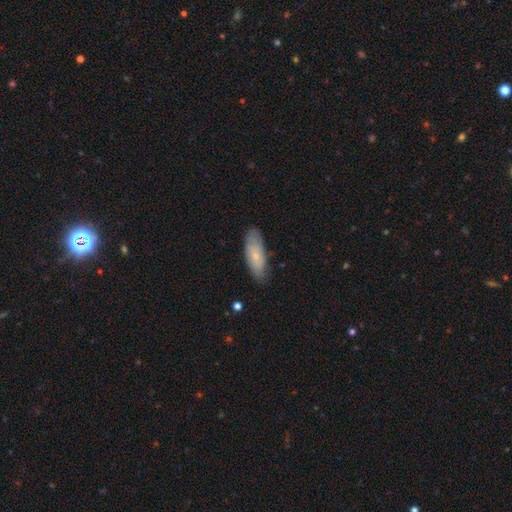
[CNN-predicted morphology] A smooth galaxy with no disk features (62%) that is in between round and cigar-shaped (72%). Merging: none (73%).